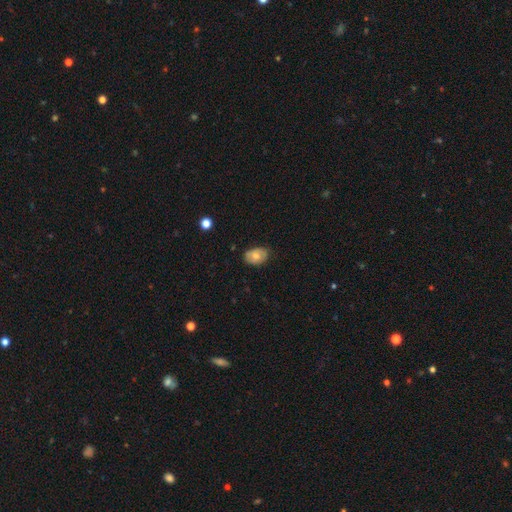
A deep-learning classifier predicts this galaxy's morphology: Q: Smooth or featured?
A: smooth (68%); runner-up: featured or disk (24%)
Q: How rounded?
A: in between (83%); runner-up: round (16%)
Q: Merging?
A: none (78%); runner-up: minor disturbance (18%)